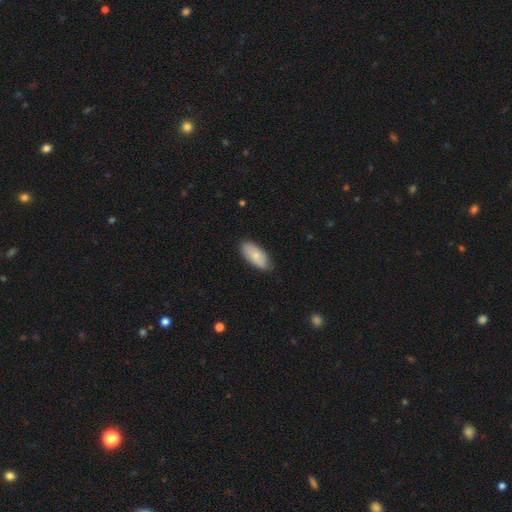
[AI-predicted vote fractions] This appears to be a smooth galaxy with no disk features (77%) that is in between round and cigar-shaped (91%). Merging: none (83%).